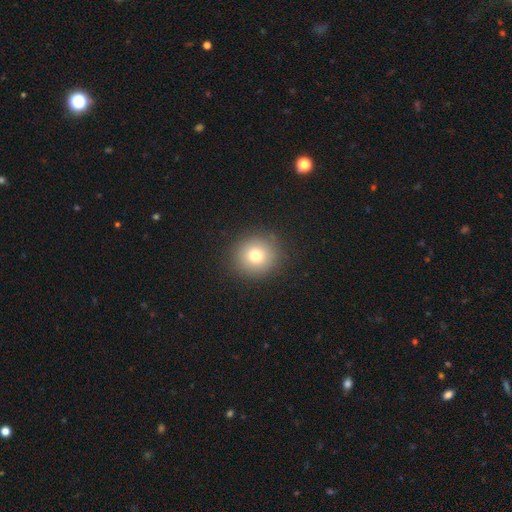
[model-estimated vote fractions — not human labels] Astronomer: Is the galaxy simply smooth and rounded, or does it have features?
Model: smooth — 75%.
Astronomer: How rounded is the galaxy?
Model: round — 92%.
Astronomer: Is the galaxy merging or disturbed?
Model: none — 89%.